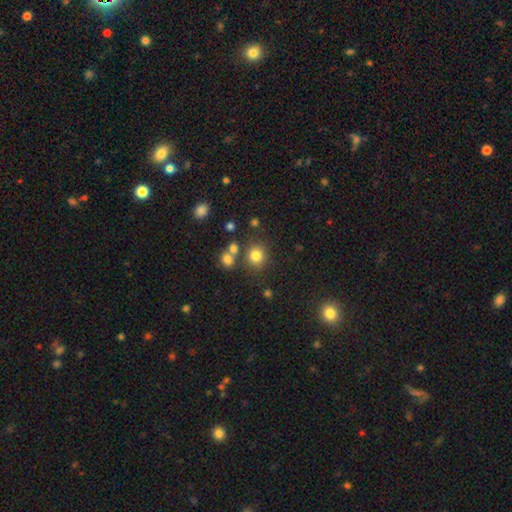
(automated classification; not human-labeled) smooth-or-featured: smooth: 79% | star or artifact: 14% | featured or disk: 7%
  how-rounded: round: 83% | in between: 16% | cigar-shaped: 1%
  merging: none: 74% | merger: 12% | minor disturbance: 10% | major disturbance: 4%